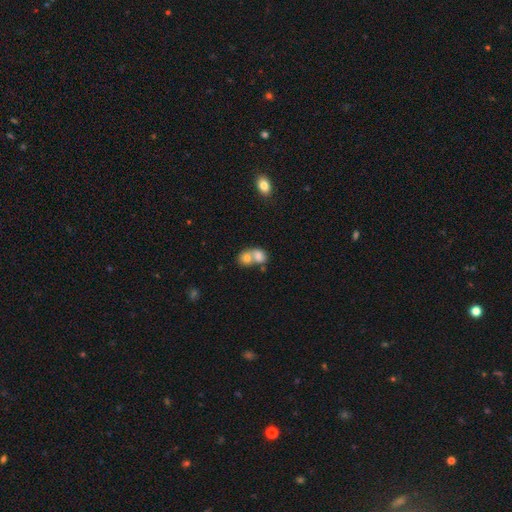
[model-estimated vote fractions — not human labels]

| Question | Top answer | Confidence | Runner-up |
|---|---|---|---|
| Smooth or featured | smooth | 74% | featured or disk (17%) |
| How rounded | in between | 50% | round (49%) |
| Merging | merger | 74% | none (18%) |